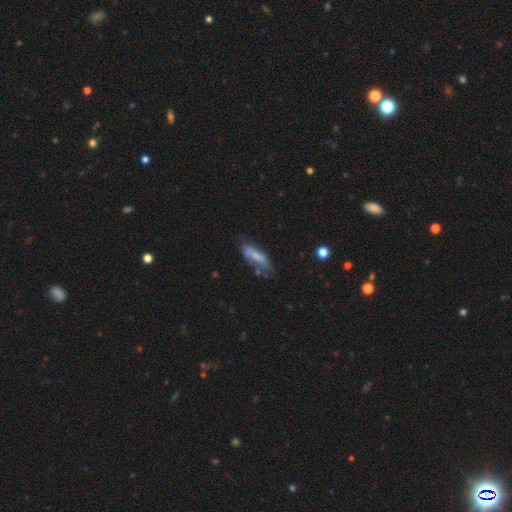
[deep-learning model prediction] Q: Smooth or featured?
A: smooth (59%); runner-up: featured or disk (33%)
Q: How rounded?
A: in between (51%); runner-up: cigar-shaped (47%)
Q: Merging?
A: none (47%); runner-up: minor disturbance (30%)